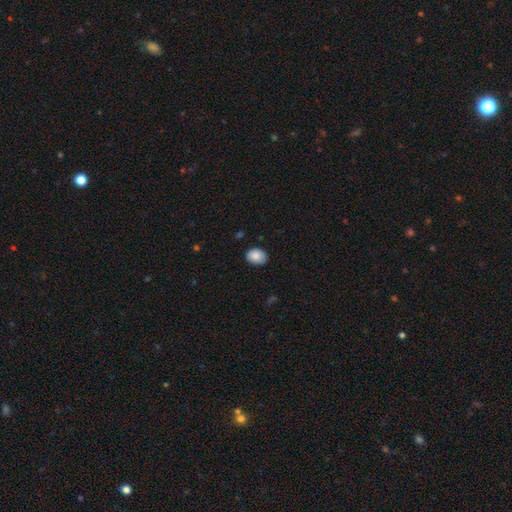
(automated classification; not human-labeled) smooth_or_featured: smooth (p=0.86) [alt: star or artifact p=0.07]
how_rounded: in between (p=0.68) [alt: round p=0.31]
merging: none (p=0.84) [alt: minor disturbance p=0.13]